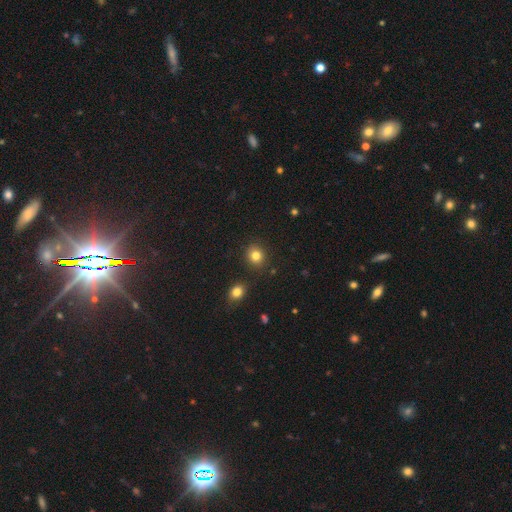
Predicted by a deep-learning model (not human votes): Smooth or featured? smooth (81%)
How rounded? round (78%)
Merging? none (86%)